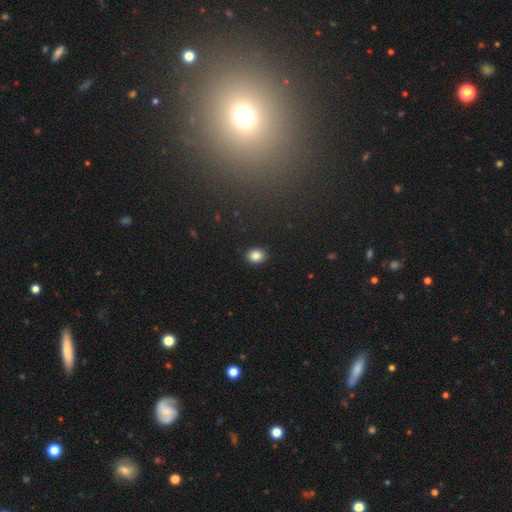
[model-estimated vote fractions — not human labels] smooth_or_featured: smooth (p=0.86) [alt: star or artifact p=0.10]
how_rounded: round (p=0.51) [alt: in between p=0.48]
merging: none (p=0.90) [alt: minor disturbance p=0.07]